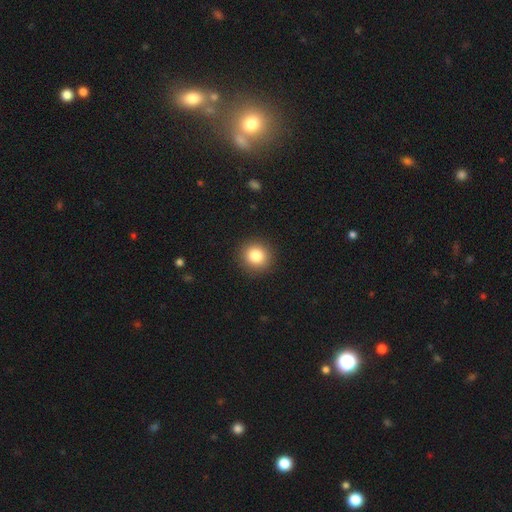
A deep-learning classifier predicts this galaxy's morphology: Overall: smooth (84%). How rounded: round (91%). Merging: none (92%).